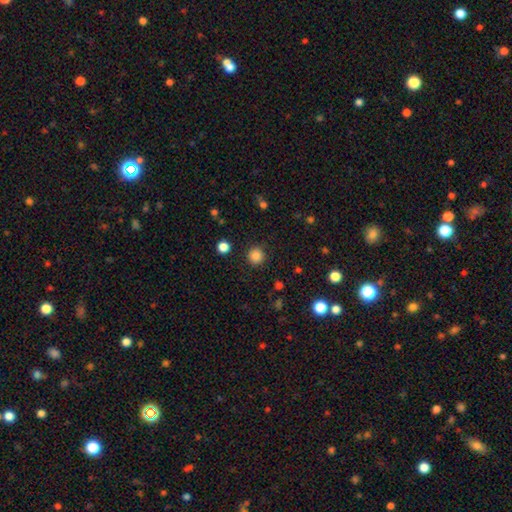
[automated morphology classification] smooth_or_featured: smooth (p=0.85) [alt: star or artifact p=0.12]
how_rounded: round (p=0.94) [alt: in between p=0.05]
merging: none (p=0.89) [alt: minor disturbance p=0.07]